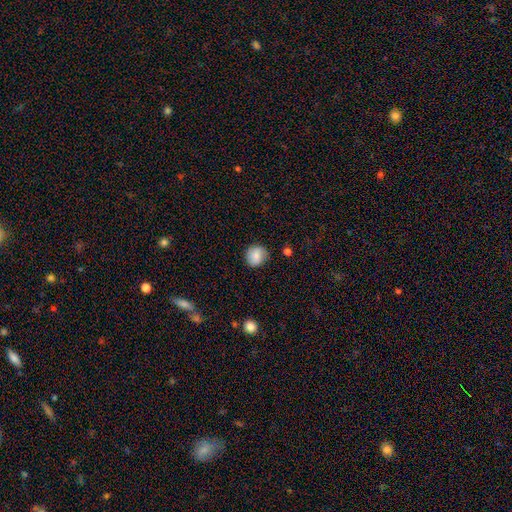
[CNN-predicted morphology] A smooth galaxy with no disk features (83%) that is round (84%).

Vote fractions:
- Smooth or featured? smooth: 83% / featured or disk: 9% / star or artifact: 8%
- How rounded? round: 84% / in between: 15% / cigar-shaped: 1%
- Merging? none: 82% / minor disturbance: 14% / major disturbance: 3% / merger: 1%